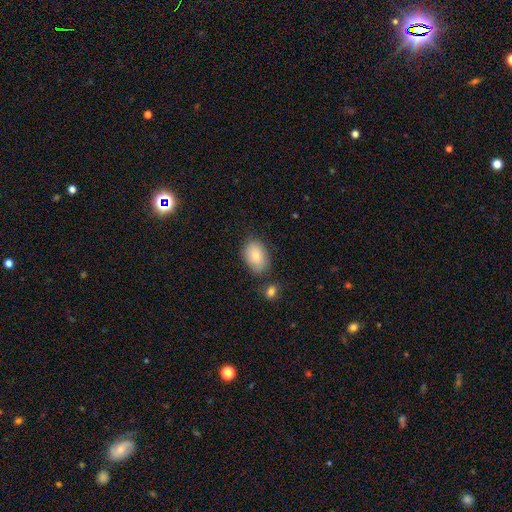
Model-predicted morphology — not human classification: type=smooth (81%); roundness=in between (87%); merging=none (74%).